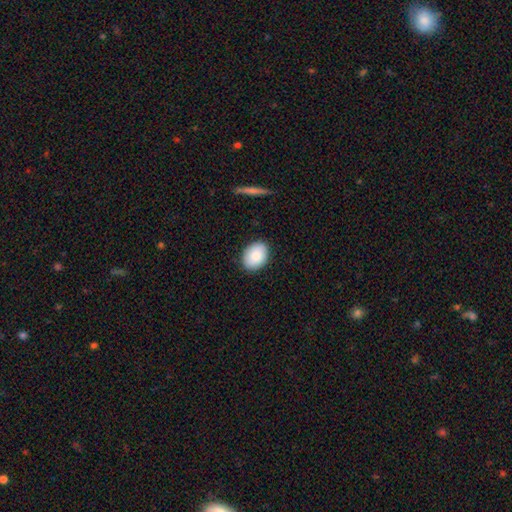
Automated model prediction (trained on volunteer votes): Q: Smooth or featured?
A: smooth (85%); runner-up: featured or disk (9%)
Q: How rounded?
A: in between (70%); runner-up: round (29%)
Q: Merging?
A: none (88%); runner-up: minor disturbance (9%)